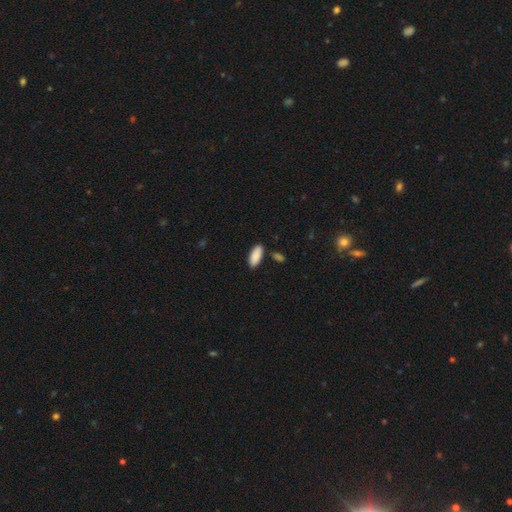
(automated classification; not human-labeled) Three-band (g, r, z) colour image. It shows a smooth galaxy with no disk features (90%) that is in between round and cigar-shaped (84%). Merging: none (85%).